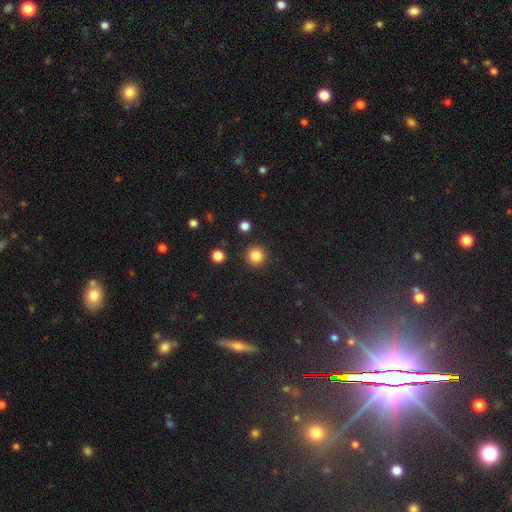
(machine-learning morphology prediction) Overall: smooth (85%). How rounded: round (95%). Merging: none (91%).